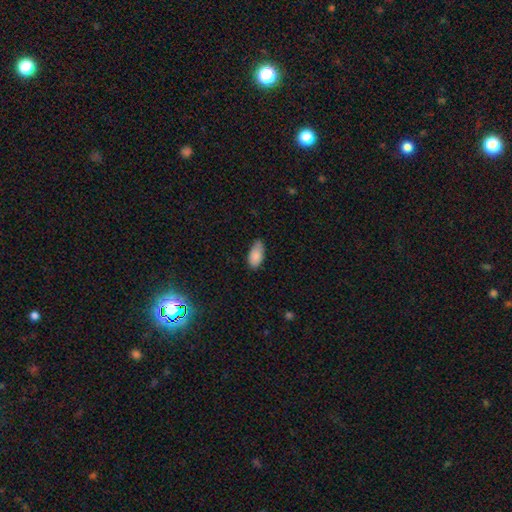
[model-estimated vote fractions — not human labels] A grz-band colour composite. It shows a smooth galaxy with no disk features (87%) that is in between round and cigar-shaped (92%). Merging: none (60%).